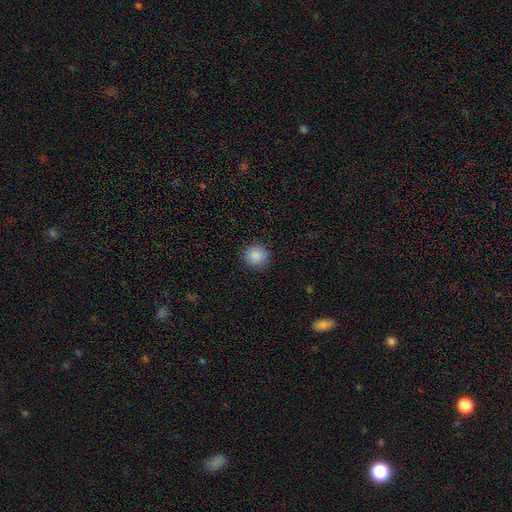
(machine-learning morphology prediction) Smooth or featured? smooth (88%)
How rounded? round (90%)
Merging? none (90%)